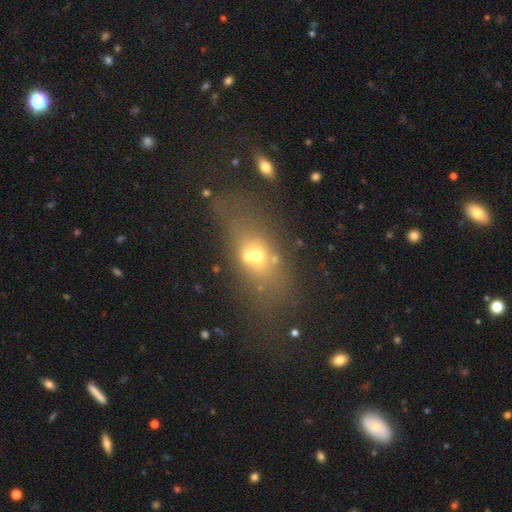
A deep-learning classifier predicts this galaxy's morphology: This is possibly a smooth galaxy (49%). Merging: marginally merger (43%).